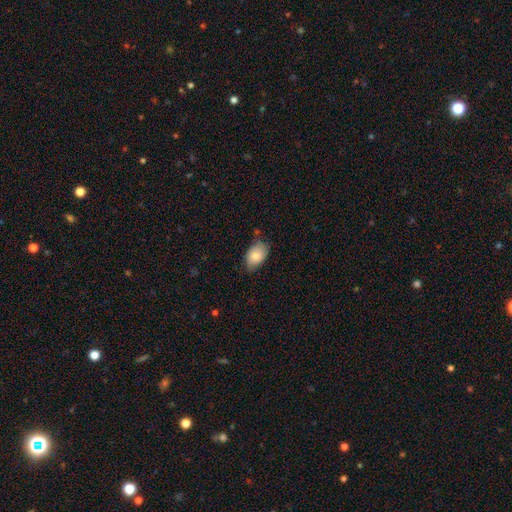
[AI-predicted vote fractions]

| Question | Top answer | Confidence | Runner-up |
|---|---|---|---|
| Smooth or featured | smooth | 80% | featured or disk (14%) |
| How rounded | in between | 87% | round (11%) |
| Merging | none | 68% | minor disturbance (25%) |